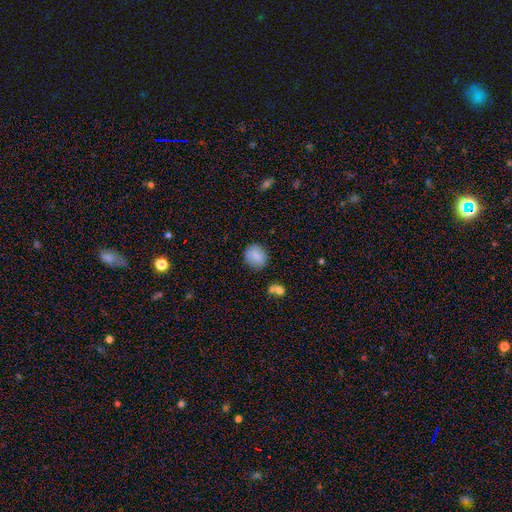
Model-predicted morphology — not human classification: Smooth or featured: smooth — 83% (featured or disk — 9%)
How rounded: round — 72% (in between — 27%)
Merging: none — 83% (minor disturbance — 11%)